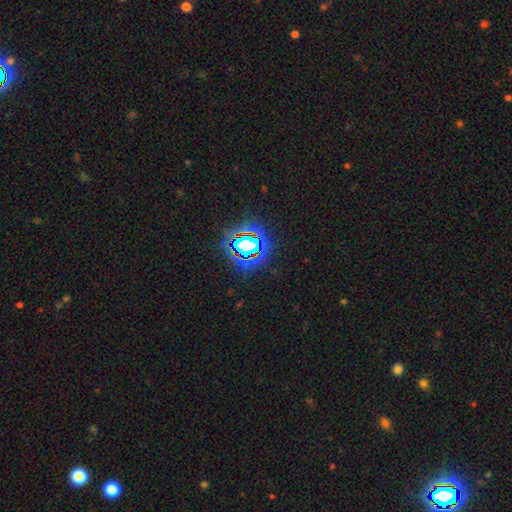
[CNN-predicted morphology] This appears to be a star or artifact, not a galaxy (82%).